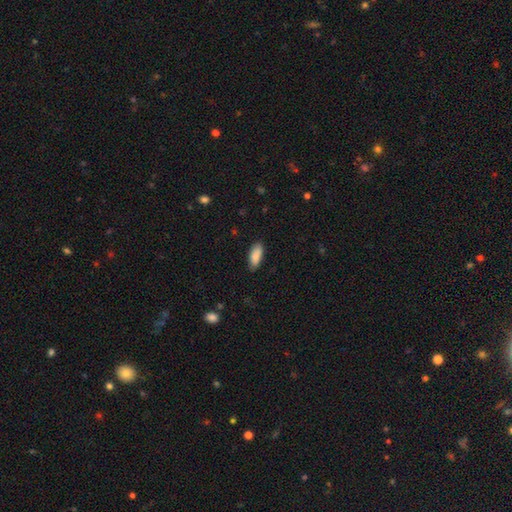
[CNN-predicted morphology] Smooth or featured?
  - smooth: 87% *
  - featured or disk: 7%
  - star or artifact: 6%
How rounded?
  - in between: 83% *
  - cigar-shaped: 15%
  - round: 2%
Merging?
  - none: 83% *
  - minor disturbance: 14%
  - major disturbance: 2%
  - merger: 1%